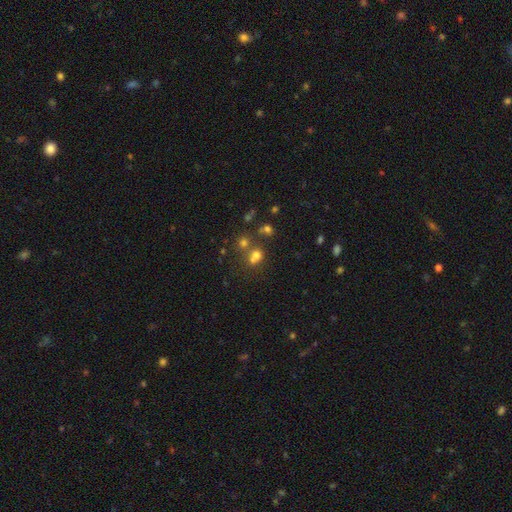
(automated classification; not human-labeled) smooth_or_featured: smooth (p=0.64) [alt: star or artifact p=0.22]
how_rounded: round (p=0.69) [alt: in between p=0.30]
merging: merger (p=0.43) [alt: none p=0.42]